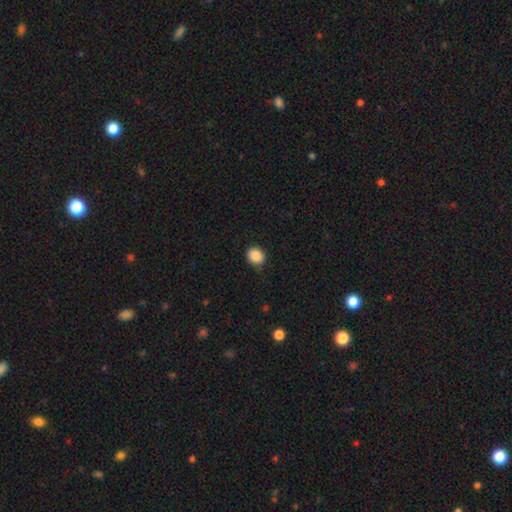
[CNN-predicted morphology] smooth_or_featured: smooth (p=0.88) [alt: star or artifact p=0.09]
how_rounded: round (p=0.61) [alt: in between p=0.38]
merging: none (p=0.82) [alt: minor disturbance p=0.14]